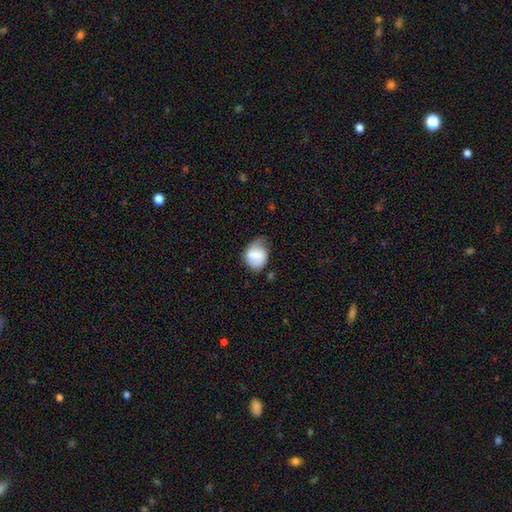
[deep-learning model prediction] Smooth or featured: smooth — 68% (featured or disk — 24%)
How rounded: round — 53% (in between — 46%)
Merging: none — 44% (minor disturbance — 37%)